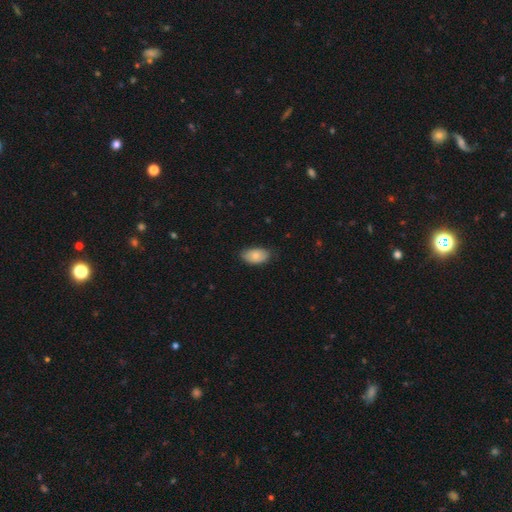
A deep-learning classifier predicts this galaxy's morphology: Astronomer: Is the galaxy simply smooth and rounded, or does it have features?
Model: smooth — 80%.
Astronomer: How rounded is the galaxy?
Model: in between — 94%.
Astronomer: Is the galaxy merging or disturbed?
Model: none — 78%.